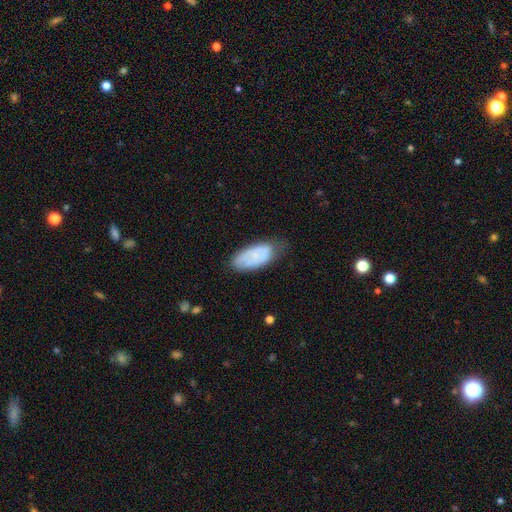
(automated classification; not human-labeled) Smooth or featured? Predicted: smooth (p=0.62). How rounded? Predicted: in between (p=0.91). Merging? Predicted: none (p=0.55).